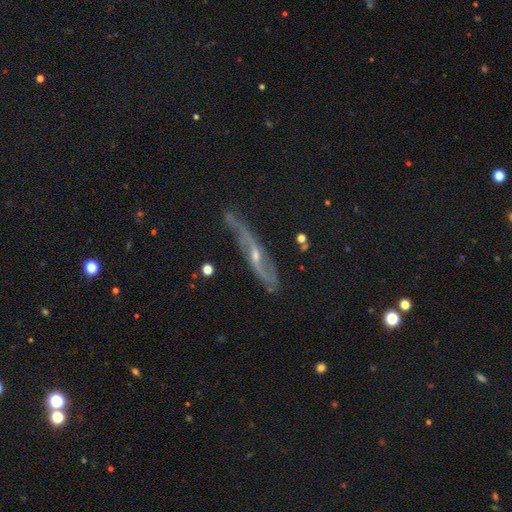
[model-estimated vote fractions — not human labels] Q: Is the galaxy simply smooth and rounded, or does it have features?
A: featured or disk — 83%.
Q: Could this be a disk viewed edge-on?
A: no — 68%.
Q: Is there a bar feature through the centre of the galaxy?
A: weak — 44%.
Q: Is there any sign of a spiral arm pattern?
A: yes — 93%.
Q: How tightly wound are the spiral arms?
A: loose — 59%.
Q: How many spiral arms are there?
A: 2 — 85%.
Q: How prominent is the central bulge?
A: small — 63%.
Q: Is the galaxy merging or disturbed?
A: none — 60%.